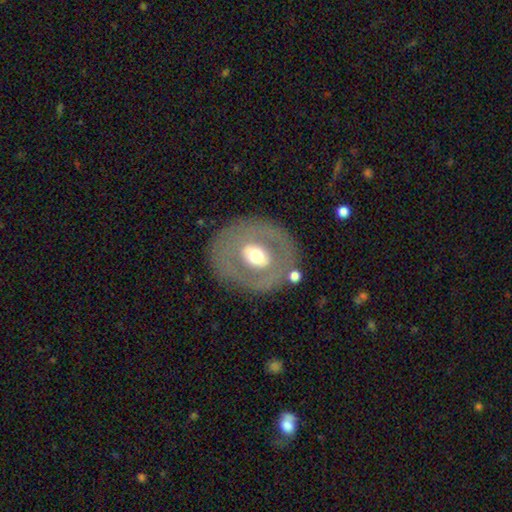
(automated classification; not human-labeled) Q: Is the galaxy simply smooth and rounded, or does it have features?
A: featured or disk — 57%.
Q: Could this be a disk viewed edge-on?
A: no — 92%.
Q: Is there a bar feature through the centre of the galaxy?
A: no — 54%.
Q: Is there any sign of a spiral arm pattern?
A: no — 88%.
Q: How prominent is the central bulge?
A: moderate — 66%.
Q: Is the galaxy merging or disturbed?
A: none — 78%.